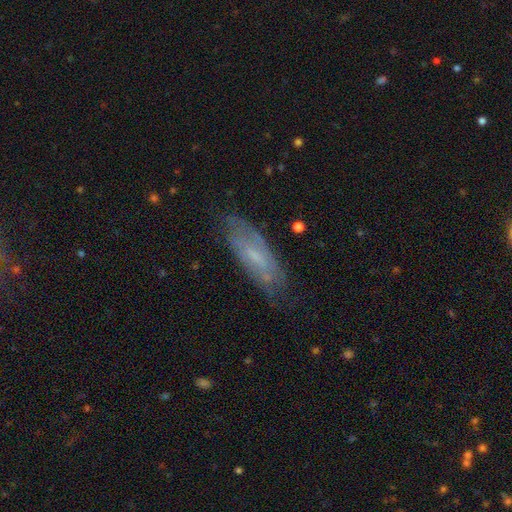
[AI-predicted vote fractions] smooth-or-featured: featured or disk: 56% | smooth: 36% | star or artifact: 8%
  disk-edge-on: no: 75% | yes: 25%
  merging: none: 71% | minor disturbance: 21% | major disturbance: 6% | merger: 2%